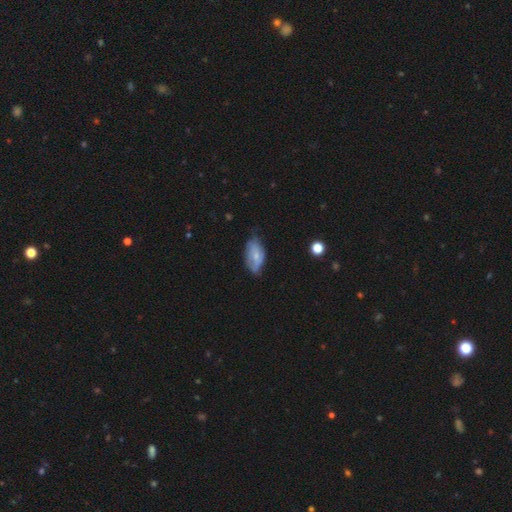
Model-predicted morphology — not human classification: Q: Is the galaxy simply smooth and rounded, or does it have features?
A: smooth — 60%.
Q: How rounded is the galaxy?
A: in between — 92%.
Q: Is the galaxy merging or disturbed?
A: none — 50%.